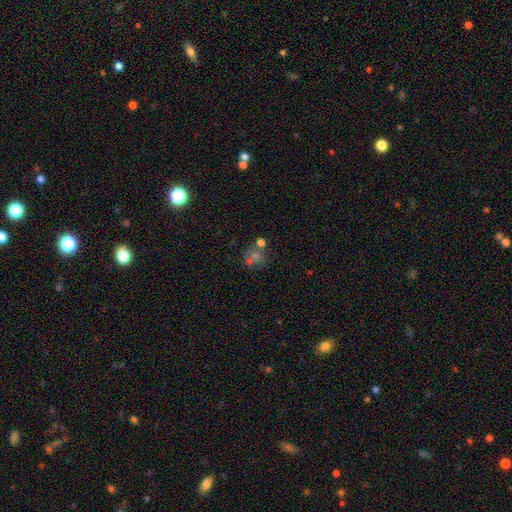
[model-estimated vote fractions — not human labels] This appears to be a smooth galaxy with no disk features (46%). Merging: none (58%).